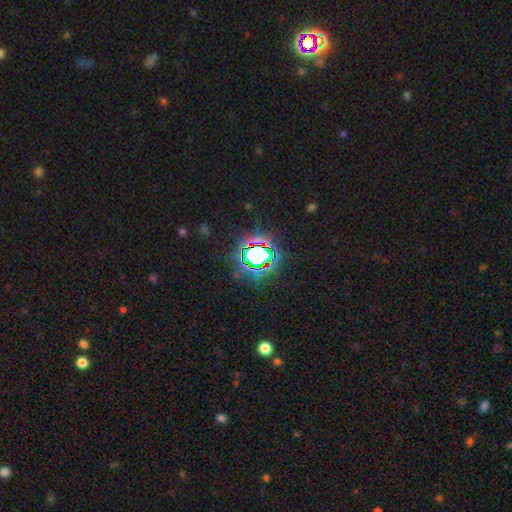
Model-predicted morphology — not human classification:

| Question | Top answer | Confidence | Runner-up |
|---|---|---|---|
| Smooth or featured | star or artifact | 70% | smooth (19%) |